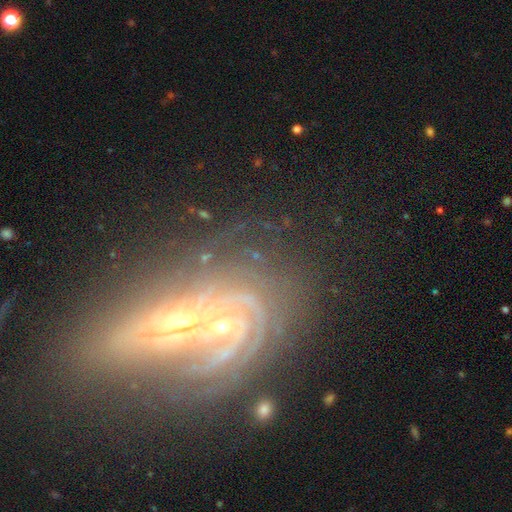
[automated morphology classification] smooth_or_featured: featured or disk (p=0.71) [alt: star or artifact p=0.17]
disk_edge_on: no (p=0.96) [alt: yes p=0.04]
bar: no (p=0.52) [alt: weak p=0.28]
has_spiral_arms: yes (p=0.94) [alt: no p=0.06]
spiral_winding: tight (p=0.77) [alt: medium p=0.18]
spiral_arm_count: can't tell (p=0.24) [alt: 3 p=0.21]
bulge_size: small (p=0.69) [alt: moderate p=0.25]
merging: none (p=0.69) [alt: minor disturbance p=0.14]